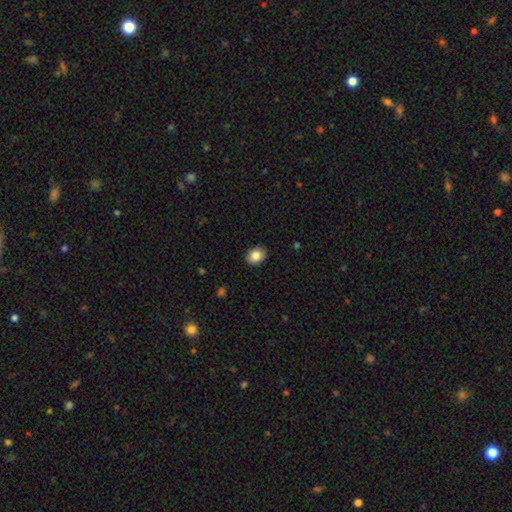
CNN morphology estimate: Smooth or featured?
  - smooth: 86% *
  - star or artifact: 8%
  - featured or disk: 6%
How rounded?
  - in between: 58% *
  - round: 41%
  - cigar-shaped: 1%
Merging?
  - none: 89% *
  - minor disturbance: 8%
  - major disturbance: 2%
  - merger: 1%